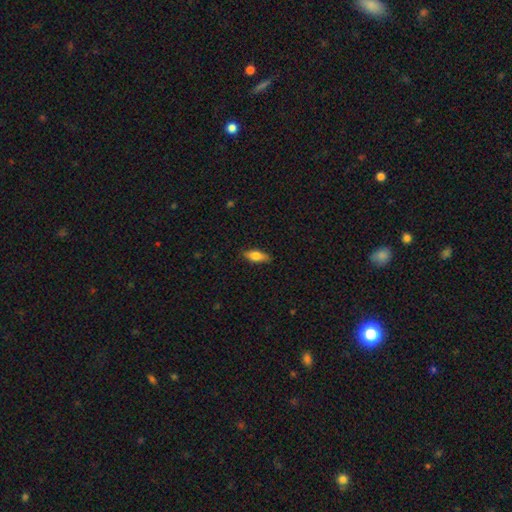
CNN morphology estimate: smooth 71%, featured or disk 23%, star or artifact 6%. Down the decision tree: how rounded — in between (71%); merging — none (85%).